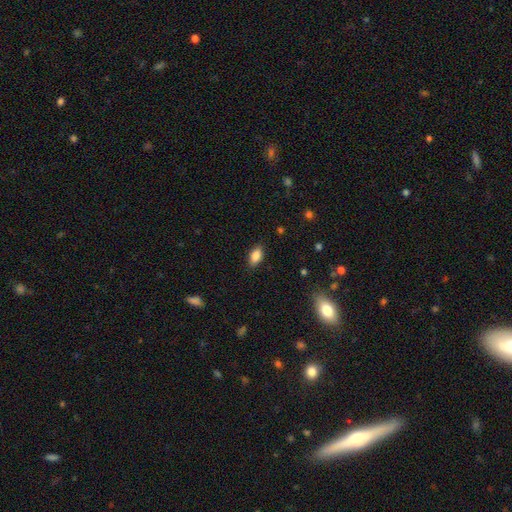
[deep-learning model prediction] smooth 85%, star or artifact 8%, featured or disk 7%. Down the decision tree: how rounded — in between (90%); merging — none (84%).